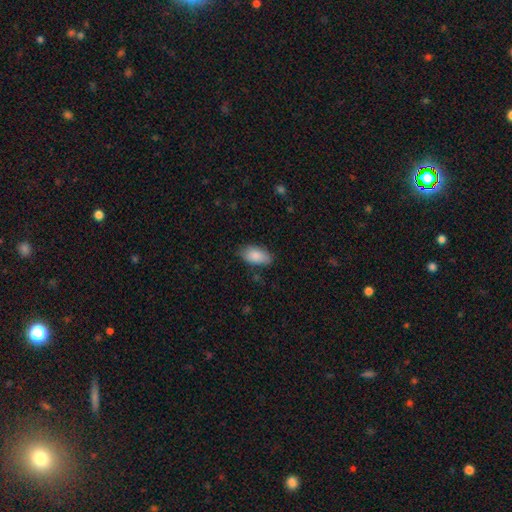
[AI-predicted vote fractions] smooth-or-featured: smooth: 87% | featured or disk: 7% | star or artifact: 6%
  how-rounded: in between: 93% | cigar-shaped: 3% | round: 3%
  merging: none: 78% | minor disturbance: 18% | major disturbance: 4% | merger: 1%